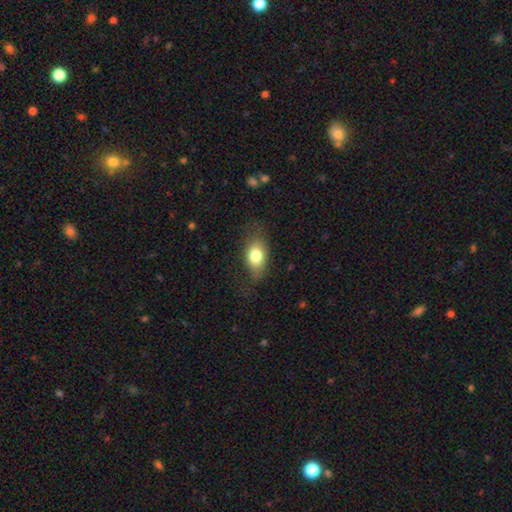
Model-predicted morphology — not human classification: smooth 75%, featured or disk 17%, star or artifact 8%. Down the decision tree: how rounded — in between (83%); merging — none (67%).